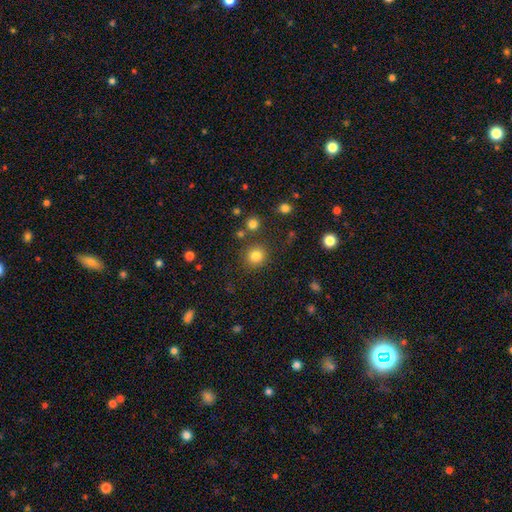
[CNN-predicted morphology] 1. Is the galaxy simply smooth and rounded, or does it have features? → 82% smooth, 13% star or artifact, 5% featured or disk.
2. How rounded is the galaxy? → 92% round, 7% in between, 1% cigar-shaped.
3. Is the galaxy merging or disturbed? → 85% none, 7% minor disturbance, 4% merger, 3% major disturbance.